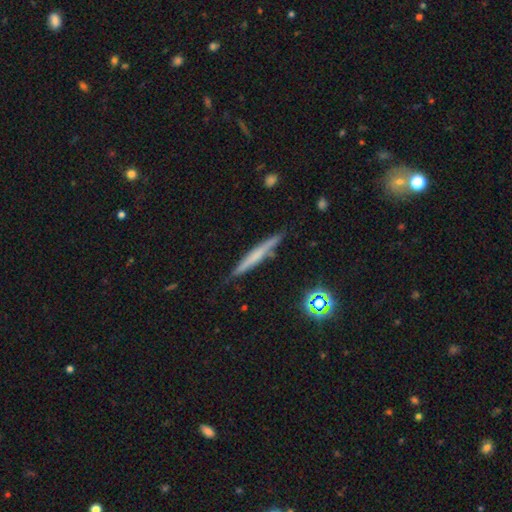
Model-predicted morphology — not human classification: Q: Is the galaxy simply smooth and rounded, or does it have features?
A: featured or disk — 46%.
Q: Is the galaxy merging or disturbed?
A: none — 83%.